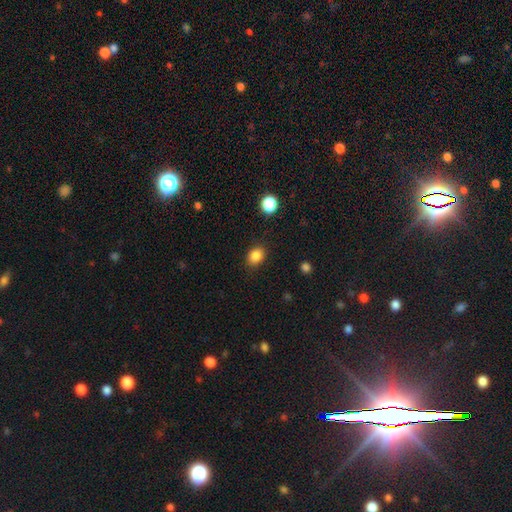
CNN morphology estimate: smooth 85%, star or artifact 11%, featured or disk 4%. Down the decision tree: how rounded — in between (55%); merging — none (85%).